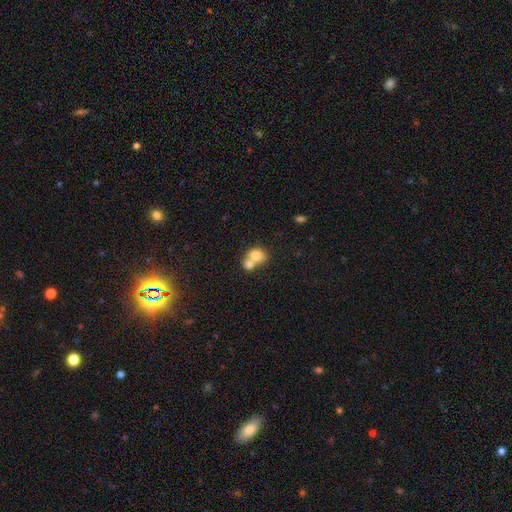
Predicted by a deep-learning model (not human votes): Smooth or featured? Predicted: smooth (p=0.75). How rounded? Predicted: in between (p=0.54). Merging? Predicted: merger (p=0.66).